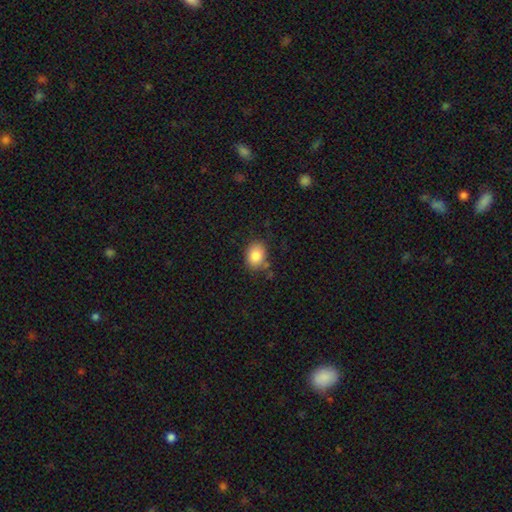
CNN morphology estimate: smooth_or_featured: smooth (p=0.84) [alt: star or artifact p=0.08]
how_rounded: in between (p=0.61) [alt: round p=0.38]
merging: none (p=0.75) [alt: minor disturbance p=0.16]